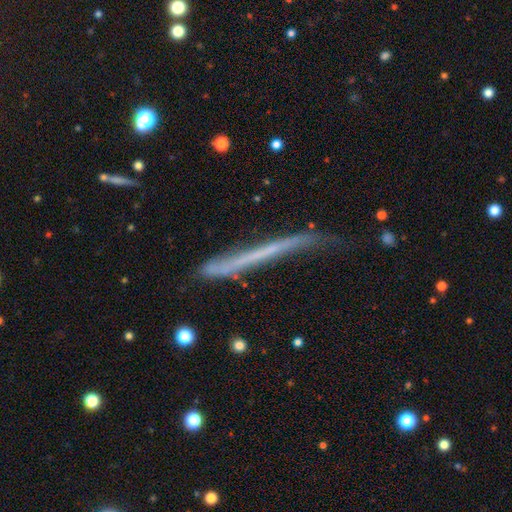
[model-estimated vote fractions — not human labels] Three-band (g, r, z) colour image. It shows a featured or disk galaxy (53%) viewed edge-on (91%). Merging: none (58%).